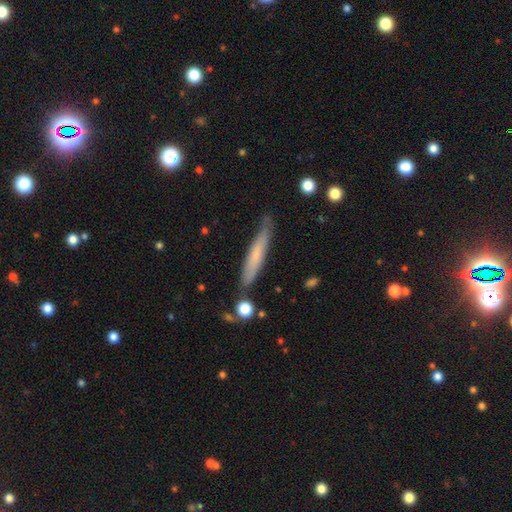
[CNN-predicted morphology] Smooth or featured: smooth — 59% (featured or disk — 35%)
How rounded: cigar-shaped — 93% (in between — 5%)
Merging: none — 78% (minor disturbance — 16%)